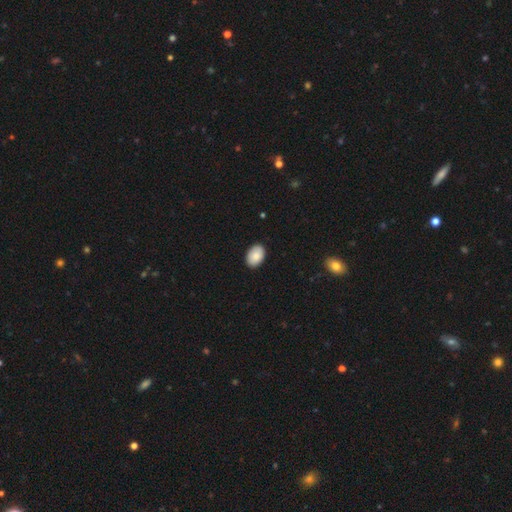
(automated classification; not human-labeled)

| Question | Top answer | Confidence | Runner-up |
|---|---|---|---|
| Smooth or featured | smooth | 88% | star or artifact (7%) |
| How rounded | in between | 87% | round (12%) |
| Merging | none | 89% | minor disturbance (8%) |